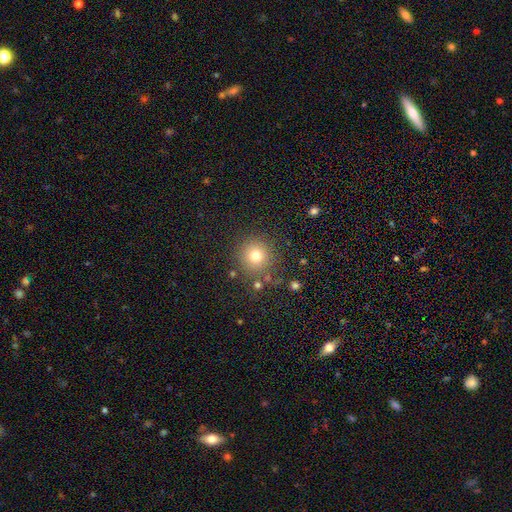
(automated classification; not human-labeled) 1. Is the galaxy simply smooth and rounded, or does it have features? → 77% smooth, 15% star or artifact, 8% featured or disk.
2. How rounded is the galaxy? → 94% round, 5% in between, 1% cigar-shaped.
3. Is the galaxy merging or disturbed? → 84% none, 8% minor disturbance, 4% merger, 4% major disturbance.